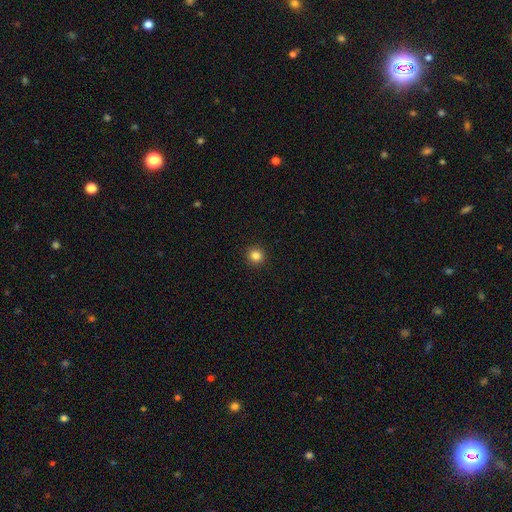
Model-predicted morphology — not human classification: smooth 84%, star or artifact 12%, featured or disk 4%. Down the decision tree: how rounded — round (94%); merging — none (93%).